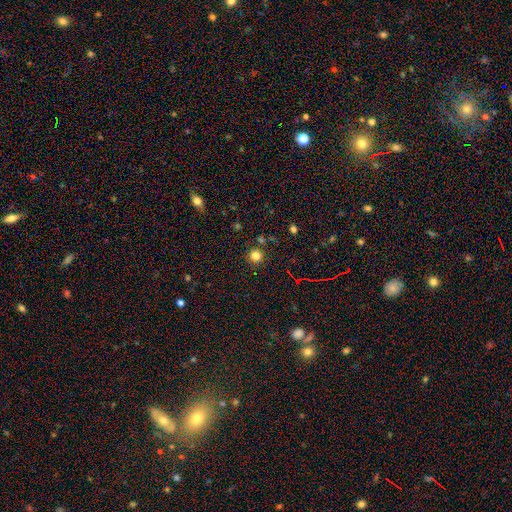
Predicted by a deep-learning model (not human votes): The model was most divided on "smooth or featured": smooth: 80%, star or artifact: 15%, featured or disk: 5%. More confident: how rounded — round (94%); merging — none (87%).